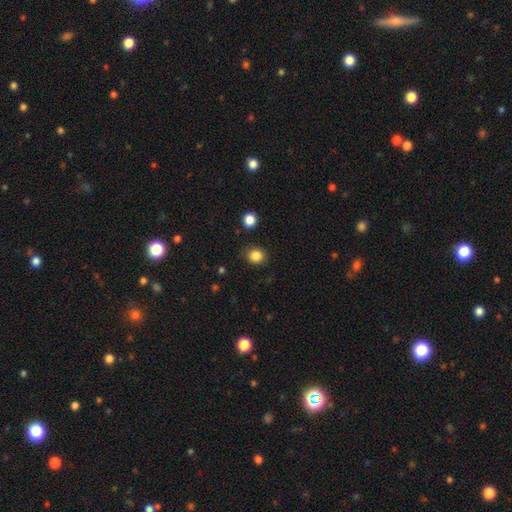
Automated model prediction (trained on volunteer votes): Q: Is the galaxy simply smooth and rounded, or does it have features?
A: smooth — 85%.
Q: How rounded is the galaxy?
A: round — 82%.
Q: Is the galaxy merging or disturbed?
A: none — 89%.